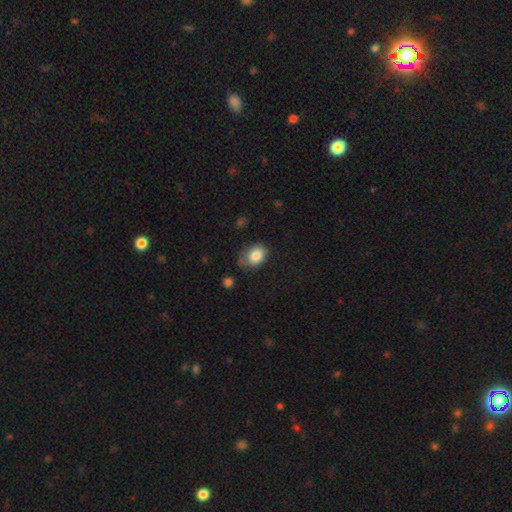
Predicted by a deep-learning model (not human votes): A smooth galaxy with no disk features (83%) that is in between round and cigar-shaped (66%). Merging: none (56%).